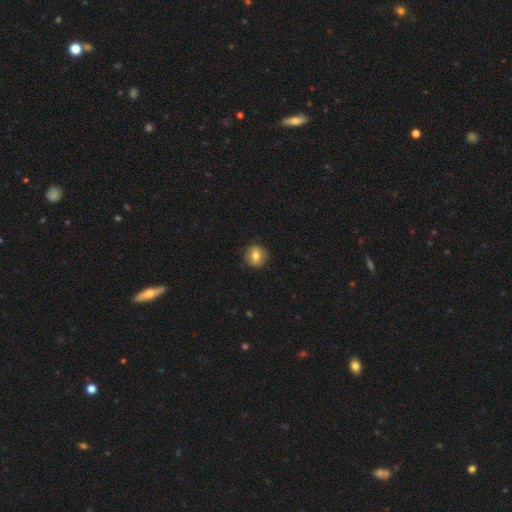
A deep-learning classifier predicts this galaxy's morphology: smooth_or_featured: smooth (p=0.73) [alt: featured or disk p=0.18]
how_rounded: round (p=0.87) [alt: in between p=0.12]
merging: none (p=0.86) [alt: minor disturbance p=0.11]